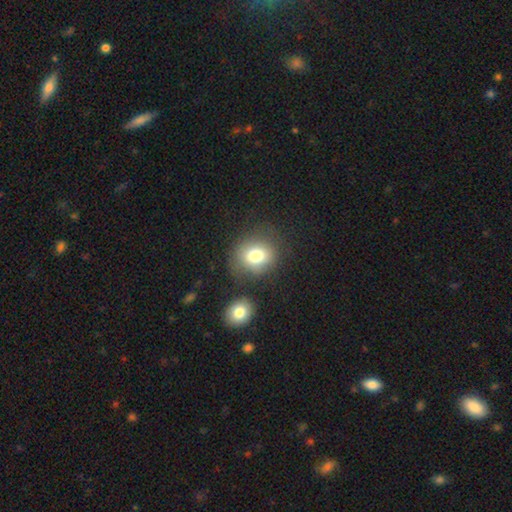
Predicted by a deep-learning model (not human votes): This appears to be a smooth galaxy with no disk features (79%) that is round (68%). Merging: none (69%).